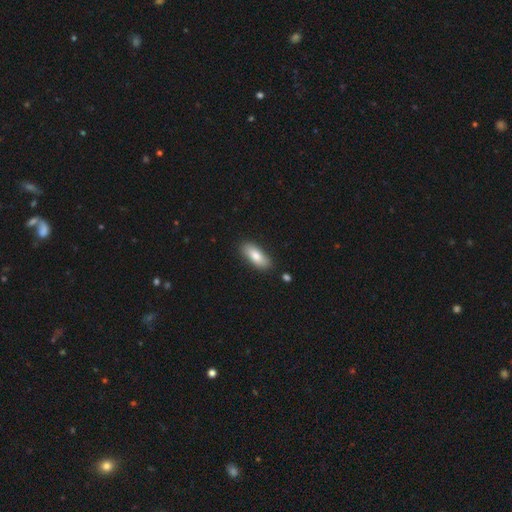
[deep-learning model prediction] smooth-or-featured: smooth: 80% | featured or disk: 14% | star or artifact: 6%
  how-rounded: in between: 79% | cigar-shaped: 18% | round: 2%
  merging: none: 84% | minor disturbance: 12% | major disturbance: 2% | merger: 2%